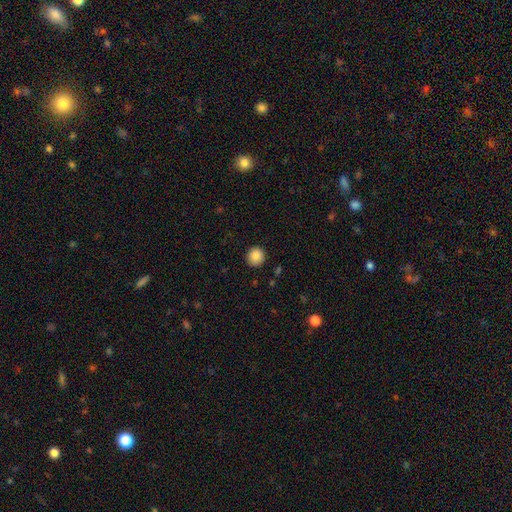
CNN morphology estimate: A smooth galaxy with no disk features (86%) that is round (93%).

Vote fractions:
- Smooth or featured? smooth: 86% / star or artifact: 9% / featured or disk: 5%
- How rounded? round: 93% / in between: 6% / cigar-shaped: 1%
- Merging? none: 90% / minor disturbance: 7% / major disturbance: 2% / merger: 1%